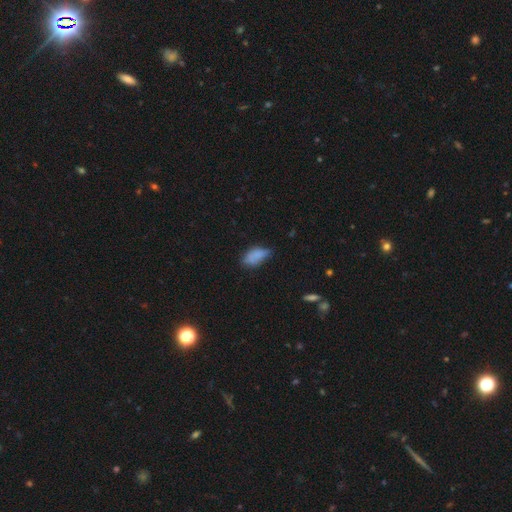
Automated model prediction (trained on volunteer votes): The model was most divided on "merging": none: 43%, minor disturbance: 41%, major disturbance: 13%, merger: 3%. More confident: how rounded — in between (91%); smooth or featured — smooth (80%).